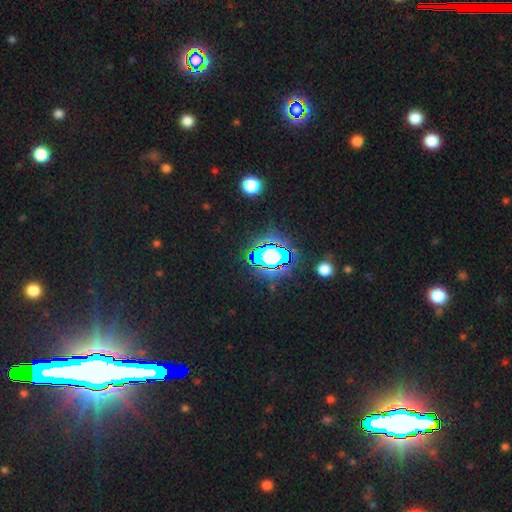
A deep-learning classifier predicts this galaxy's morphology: type=star or artifact (70%).